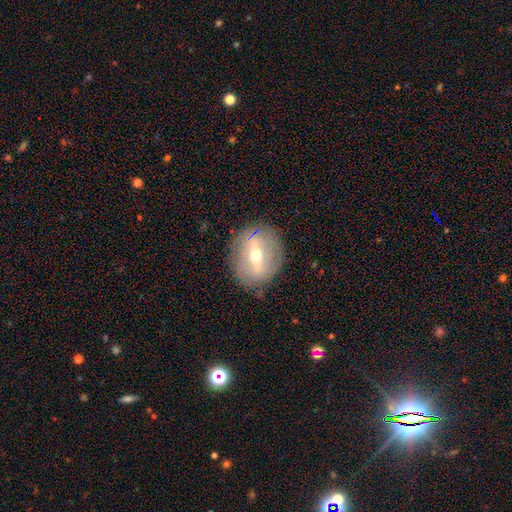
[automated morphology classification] smooth_or_featured: featured or disk (p=0.69) [alt: smooth p=0.23]
disk_edge_on: no (p=0.79) [alt: yes p=0.21]
bar: strong (p=0.60) [alt: weak p=0.30]
has_spiral_arms: no (p=0.72) [alt: yes p=0.28]
bulge_size: moderate (p=0.69) [alt: small p=0.25]
merging: none (p=0.83) [alt: minor disturbance p=0.12]